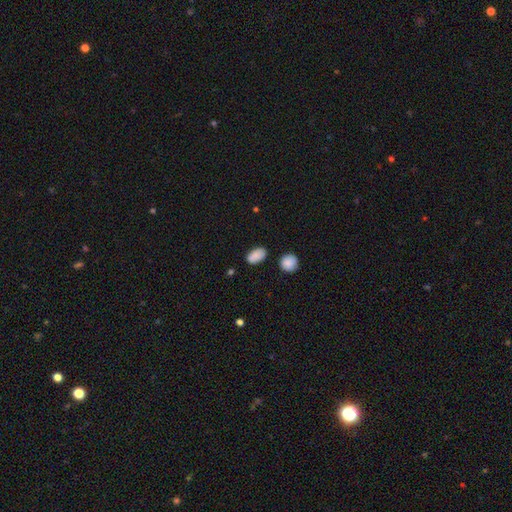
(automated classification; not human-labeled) smooth 87%, star or artifact 8%, featured or disk 5%. Down the decision tree: how rounded — in between (91%); merging — none (81%).